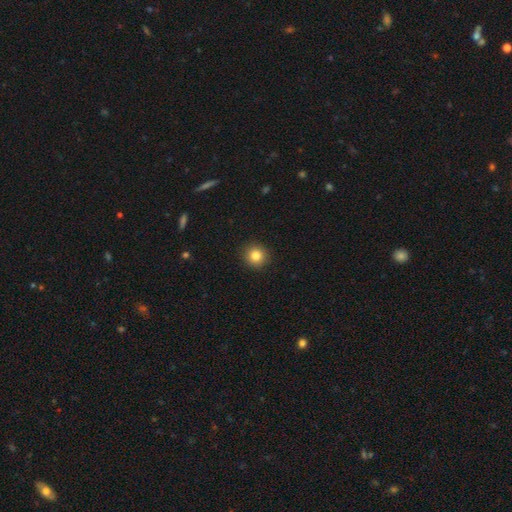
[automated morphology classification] smooth_or_featured: smooth (p=0.84) [alt: star or artifact p=0.11]
how_rounded: round (p=0.93) [alt: in between p=0.06]
merging: none (p=0.92) [alt: minor disturbance p=0.05]